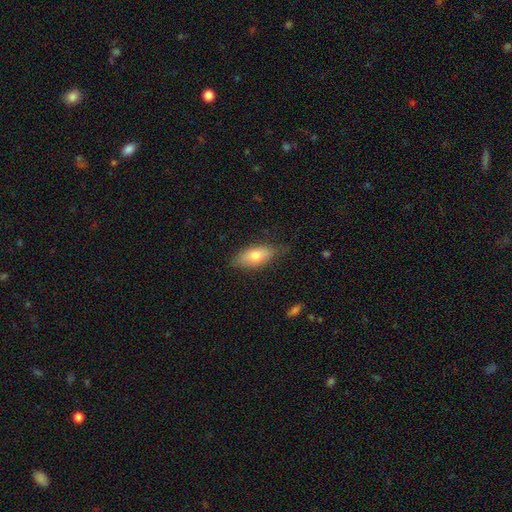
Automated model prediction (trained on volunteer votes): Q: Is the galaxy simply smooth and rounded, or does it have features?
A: smooth — 72%.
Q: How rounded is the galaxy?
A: in between — 82%.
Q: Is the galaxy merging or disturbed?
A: none — 73%.